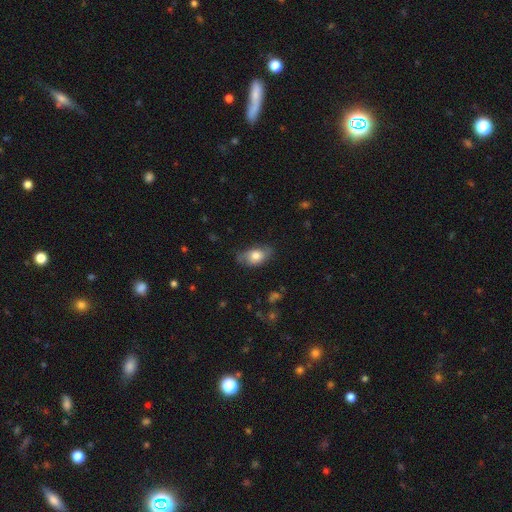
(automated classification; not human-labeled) Smooth or featured? smooth (73%)
How rounded? in between (90%)
Merging? none (70%)